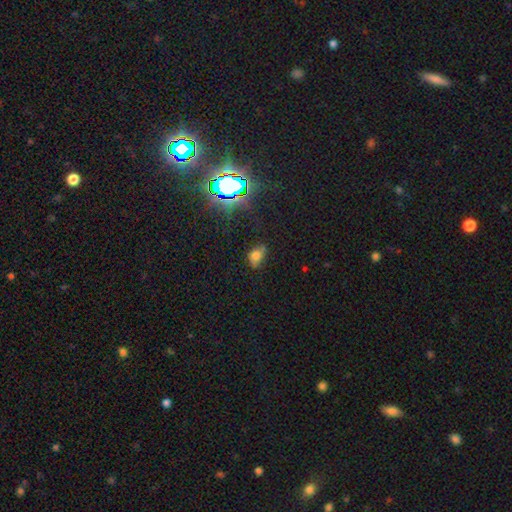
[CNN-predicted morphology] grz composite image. It shows a smooth galaxy with no disk features (62%) that is in between round and cigar-shaped (74%). Merging: none (55%).